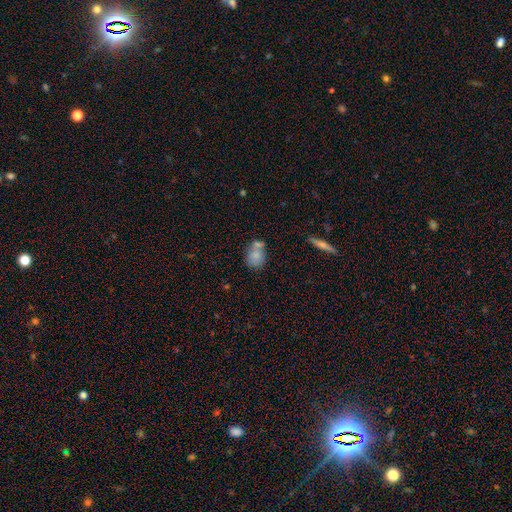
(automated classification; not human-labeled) Smooth or featured?
  - smooth: 74% *
  - featured or disk: 17%
  - star or artifact: 9%
How rounded?
  - in between: 57% *
  - round: 42%
  - cigar-shaped: 2%
Merging?
  - none: 43% *
  - merger: 34%
  - minor disturbance: 16%
  - major disturbance: 6%